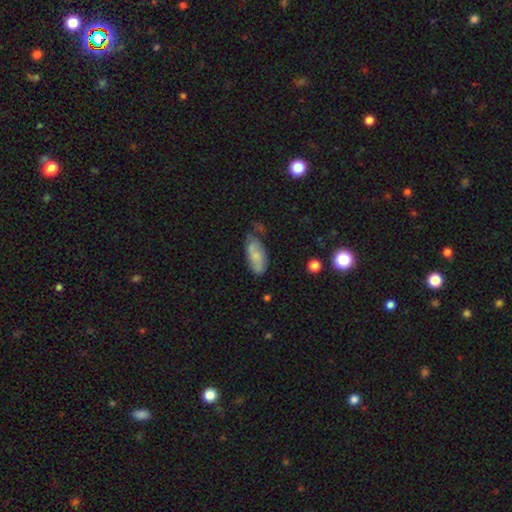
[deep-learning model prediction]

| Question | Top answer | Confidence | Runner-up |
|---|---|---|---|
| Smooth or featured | smooth | 64% | featured or disk (28%) |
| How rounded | in between | 83% | cigar-shaped (14%) |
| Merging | none | 50% | minor disturbance (32%) |